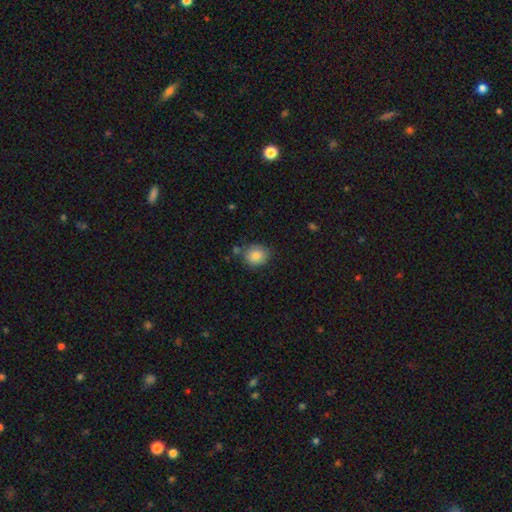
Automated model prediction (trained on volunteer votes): Smooth or featured: smooth — 86% (star or artifact — 8%)
How rounded: round — 75% (in between — 24%)
Merging: none — 76% (minor disturbance — 15%)